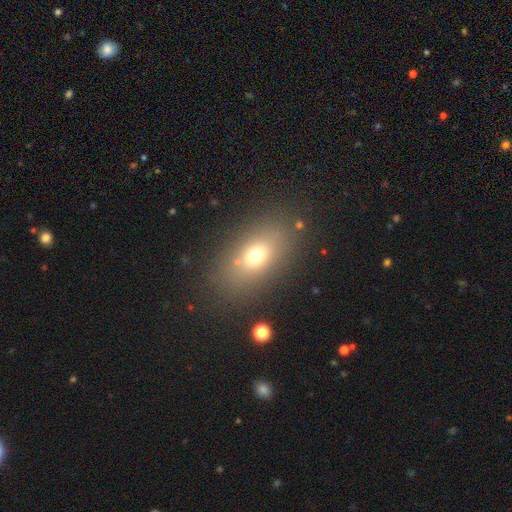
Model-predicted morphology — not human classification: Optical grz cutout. It shows a smooth galaxy with no disk features (68%) that is in between round and cigar-shaped (80%). Merging: none (81%).